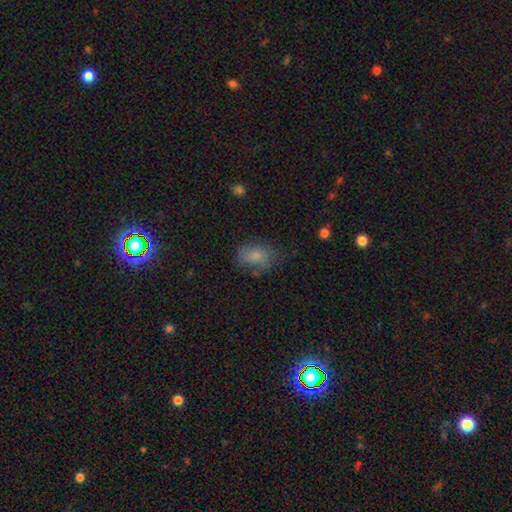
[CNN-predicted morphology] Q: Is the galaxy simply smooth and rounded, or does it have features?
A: smooth — 73%.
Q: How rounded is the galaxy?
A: in between — 76%.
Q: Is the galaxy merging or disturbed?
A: none — 61%.